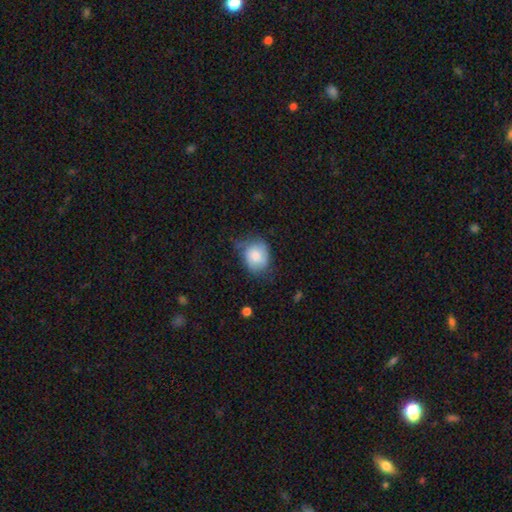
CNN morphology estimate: type=smooth (70%); roundness=round (56%); merging=none (46%).